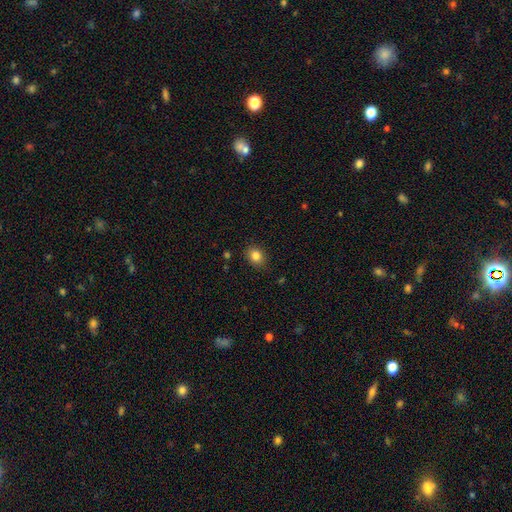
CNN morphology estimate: type=smooth (83%); roundness=round (57%); merging=none (87%).